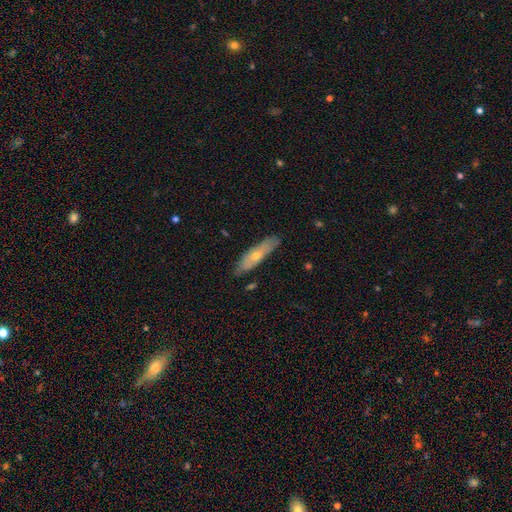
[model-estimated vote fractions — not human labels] Smooth or featured? featured or disk (51%)
Edge-on disk? yes (53%)
Merging? none (80%)